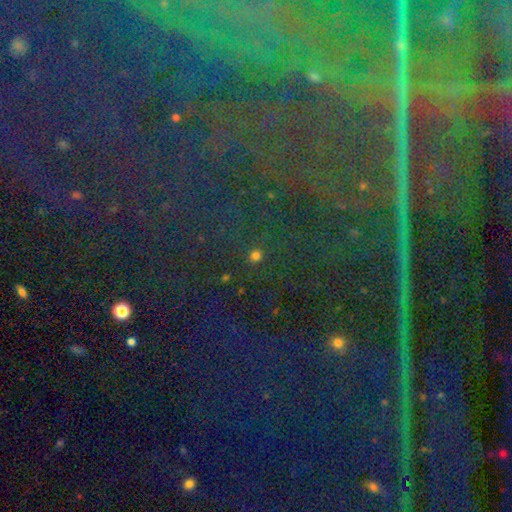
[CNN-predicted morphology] Overall: smooth (61%; star or artifact 33%). How rounded: round (90%). Merging: none (84%).